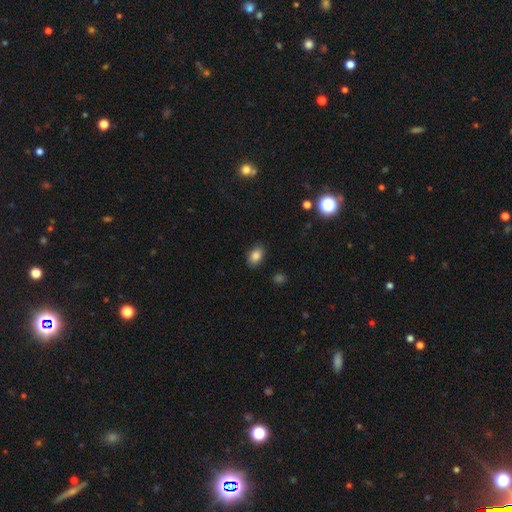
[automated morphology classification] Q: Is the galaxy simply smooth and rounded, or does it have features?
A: smooth — 86%.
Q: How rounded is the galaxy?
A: in between — 84%.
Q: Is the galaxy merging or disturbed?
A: none — 85%.